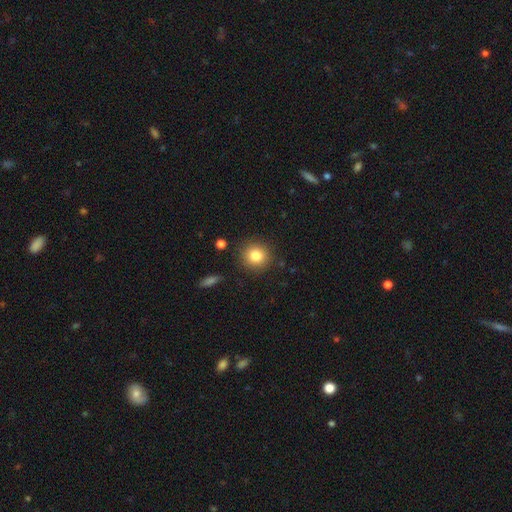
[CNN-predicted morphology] type=smooth (82%); roundness=round (90%); merging=none (88%).